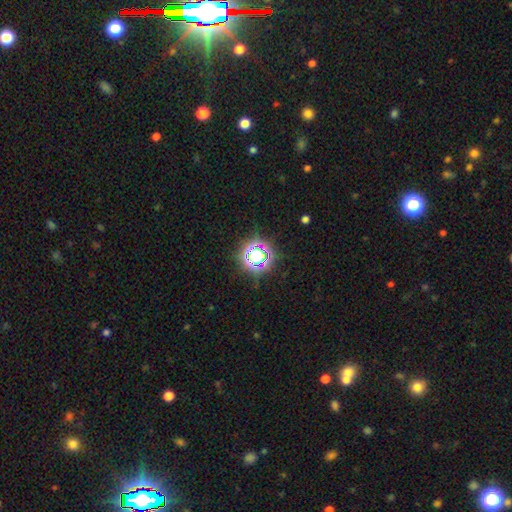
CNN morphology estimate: Smooth or featured?
  - star or artifact: 62% *
  - smooth: 27%
  - featured or disk: 11%